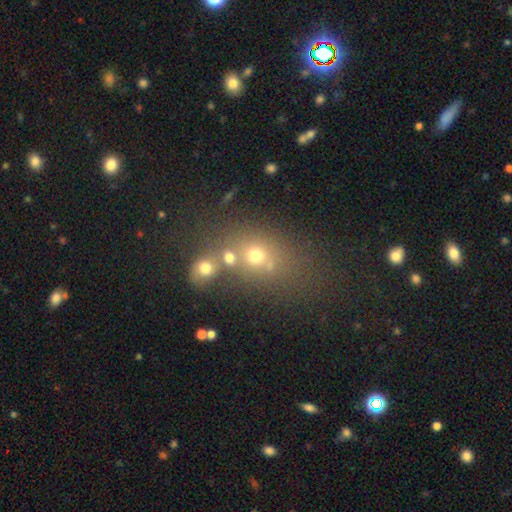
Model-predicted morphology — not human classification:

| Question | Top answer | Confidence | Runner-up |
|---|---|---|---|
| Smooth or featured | smooth | 59% | star or artifact (22%) |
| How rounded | round | 56% | in between (41%) |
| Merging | none | 45% | merger (36%) |